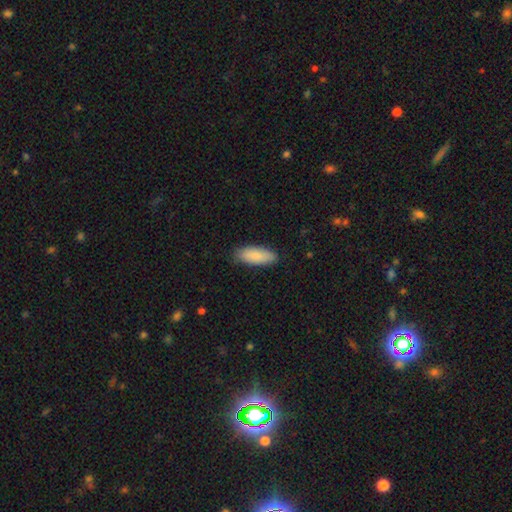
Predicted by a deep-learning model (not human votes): This appears to be a smooth galaxy with no disk features (88%) that is in between round and cigar-shaped (74%). Merging: none (85%).